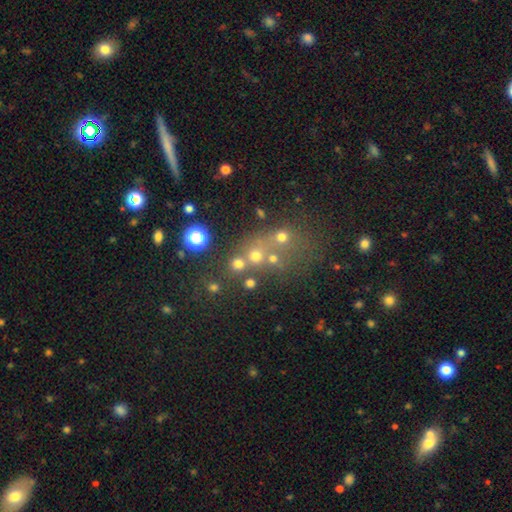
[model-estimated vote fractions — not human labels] Overall: star or artifact (45%; smooth 34%).